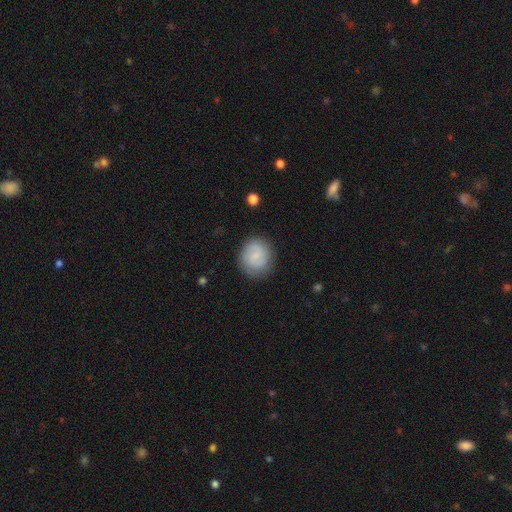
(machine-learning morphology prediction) This is likely a smooth galaxy (67%). How rounded: likely round (78%). Merging: clearly none (81%).